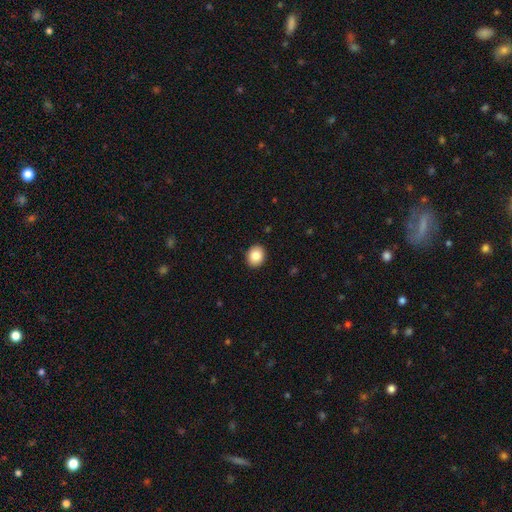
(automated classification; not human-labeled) Smooth or featured: smooth — 87% (star or artifact — 8%)
How rounded: round — 53% (in between — 47%)
Merging: none — 91% (minor disturbance — 6%)